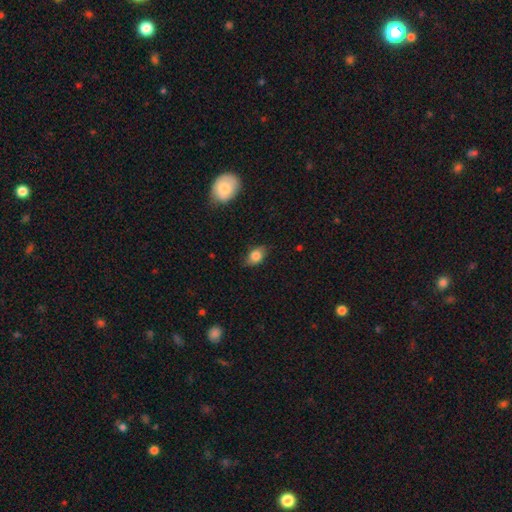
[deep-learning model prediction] The model was most divided on "merging": none: 77%, minor disturbance: 18%, major disturbance: 3%, merger: 1%. More confident: smooth or featured — smooth (81%); how rounded — in between (80%).